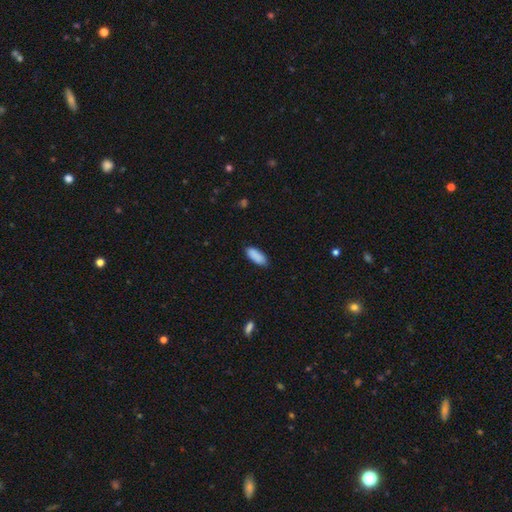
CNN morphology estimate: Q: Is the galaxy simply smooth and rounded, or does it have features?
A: smooth — 90%.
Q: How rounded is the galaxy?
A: in between — 80%.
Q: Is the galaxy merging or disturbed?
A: none — 86%.